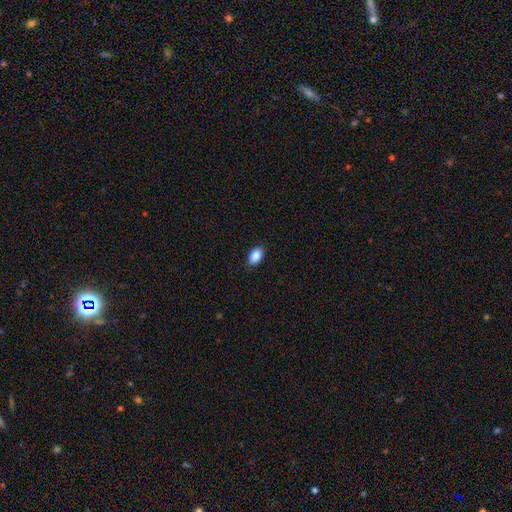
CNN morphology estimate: smooth_or_featured: smooth (p=0.87) [alt: star or artifact p=0.08]
how_rounded: in between (p=0.90) [alt: round p=0.08]
merging: none (p=0.88) [alt: minor disturbance p=0.09]